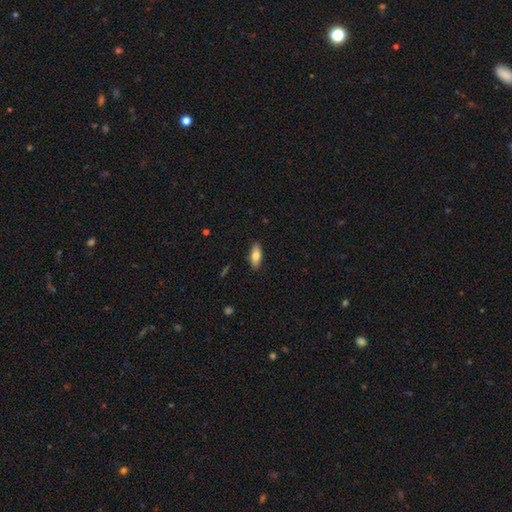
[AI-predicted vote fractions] Smooth or featured? smooth (76%)
How rounded? in between (79%)
Merging? none (89%)